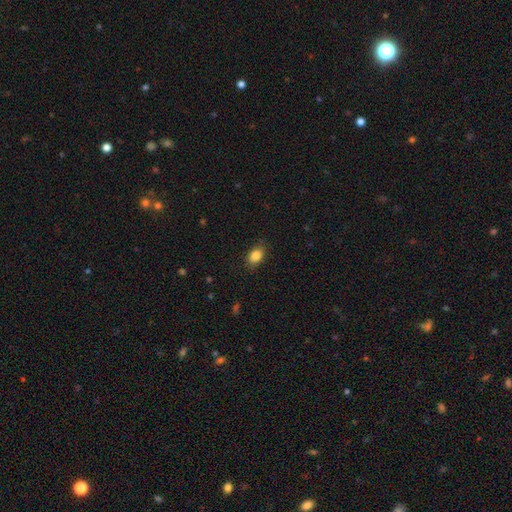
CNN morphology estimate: A smooth galaxy with no disk features (85%) that is in between round and cigar-shaped (83%).

Vote fractions:
- Smooth or featured? smooth: 85% / star or artifact: 8% / featured or disk: 6%
- How rounded? in between: 83% / round: 15% / cigar-shaped: 2%
- Merging? none: 84% / minor disturbance: 12% / major disturbance: 3% / merger: 1%